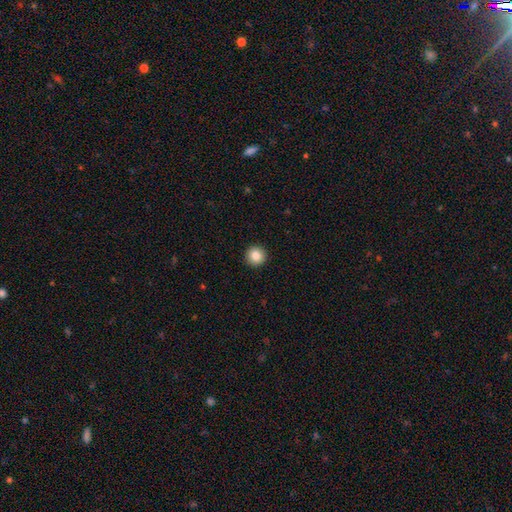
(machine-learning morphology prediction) Smooth or featured?
  - smooth: 86% *
  - star or artifact: 9%
  - featured or disk: 5%
How rounded?
  - round: 95% *
  - in between: 4%
  - cigar-shaped: 1%
Merging?
  - none: 93% *
  - minor disturbance: 4%
  - major disturbance: 2%
  - merger: 1%